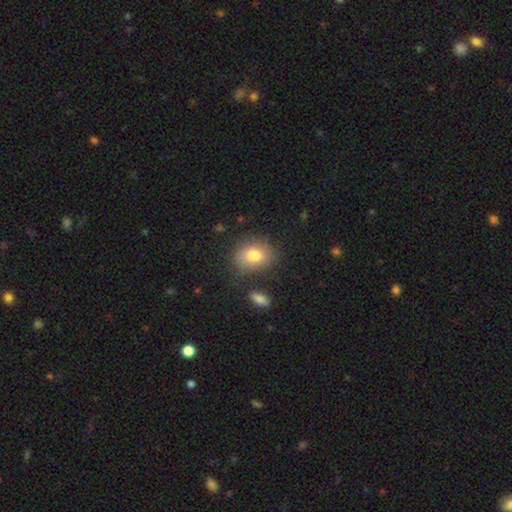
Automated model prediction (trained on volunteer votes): Morphology: type=smooth (81%); roundness=in between (61%); merging=none (73%).